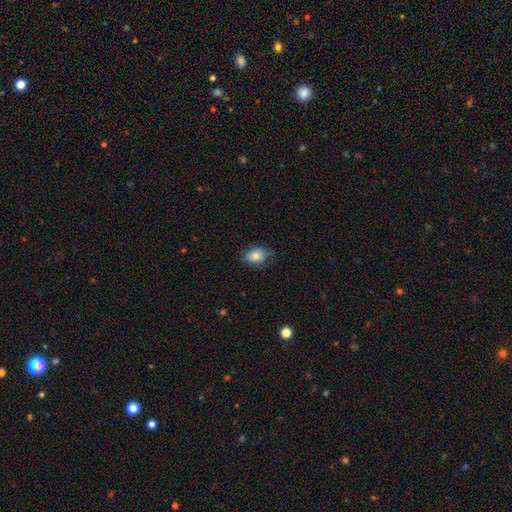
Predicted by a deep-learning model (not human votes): A smooth galaxy with no disk features (83%) that is in between round and cigar-shaped (77%). Merging: none (71%).